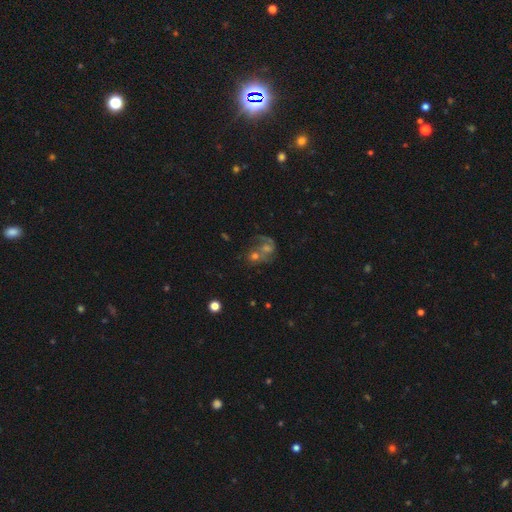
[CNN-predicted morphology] Q: Smooth or featured?
A: featured or disk (48%); runner-up: smooth (30%)
Q: Merging?
A: merger (48%); runner-up: none (28%)